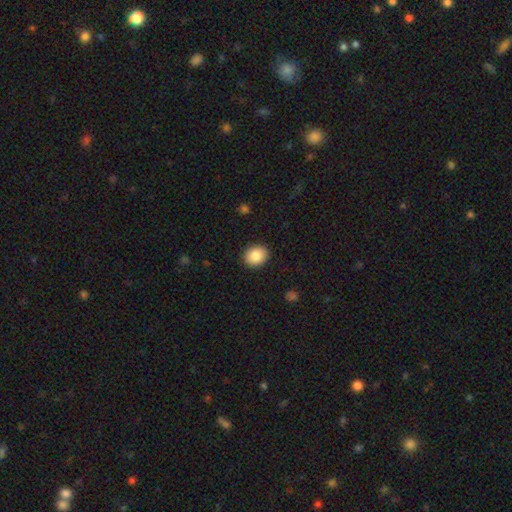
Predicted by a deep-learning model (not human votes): Smooth or featured? Predicted: smooth (p=0.86). How rounded? Predicted: round (p=0.58). Merging? Predicted: none (p=0.90).